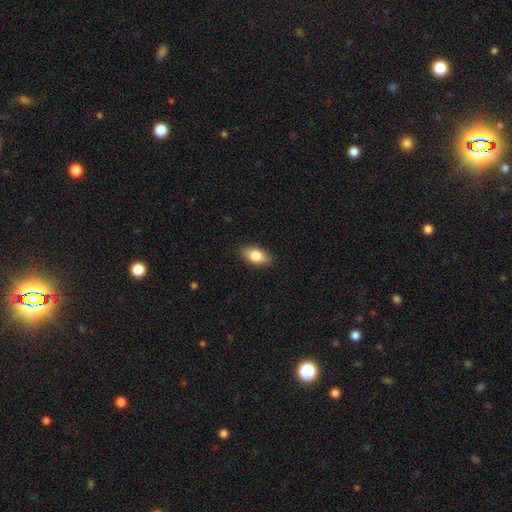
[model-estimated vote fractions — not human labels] Smooth or featured?
  - smooth: 81% *
  - featured or disk: 12%
  - star or artifact: 7%
How rounded?
  - in between: 91% *
  - round: 5%
  - cigar-shaped: 4%
Merging?
  - none: 88% *
  - minor disturbance: 9%
  - major disturbance: 2%
  - merger: 1%